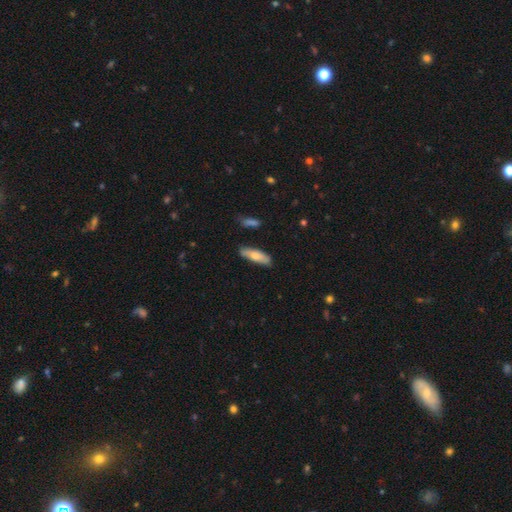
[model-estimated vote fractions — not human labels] This appears to be a smooth galaxy with no disk features (71%) that is cigar-shaped (52%). Merging: none (81%).